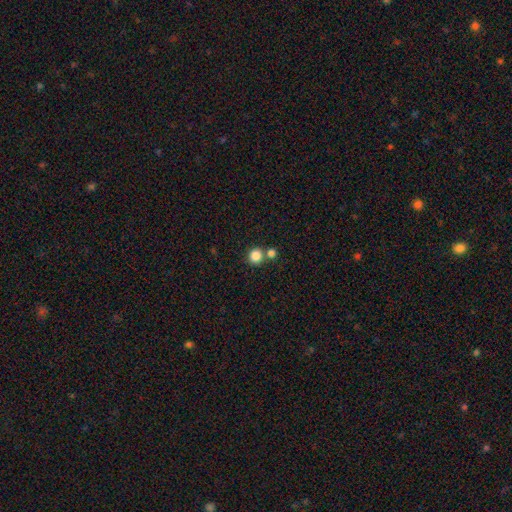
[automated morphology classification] The model was most divided on "merging": none: 68%, merger: 23%, minor disturbance: 7%, major disturbance: 3%. More confident: how rounded — round (93%); smooth or featured — smooth (84%).